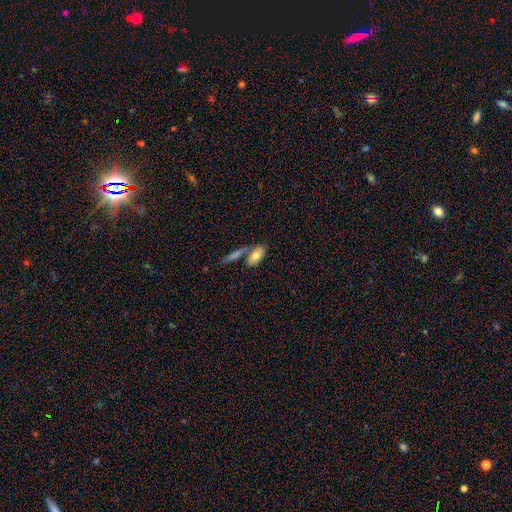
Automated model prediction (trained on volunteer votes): This is likely a smooth galaxy (70%). How rounded: clearly in between (85%). Merging: possibly none (54%).